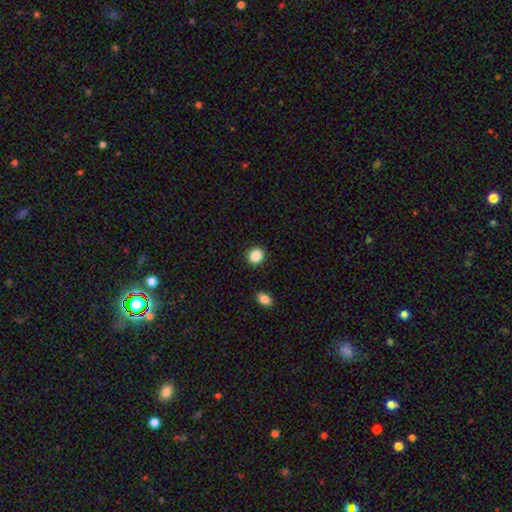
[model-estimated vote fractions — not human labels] smooth-or-featured: smooth: 87% | star or artifact: 10% | featured or disk: 4%
  how-rounded: round: 78% | in between: 21% | cigar-shaped: 1%
  merging: none: 90% | minor disturbance: 6% | major disturbance: 2% | merger: 2%